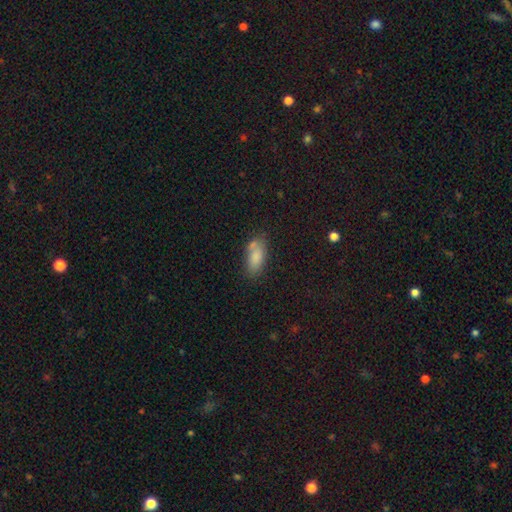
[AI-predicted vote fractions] Overall: smooth (81%). How rounded: in between (86%). Merging: none (61%).